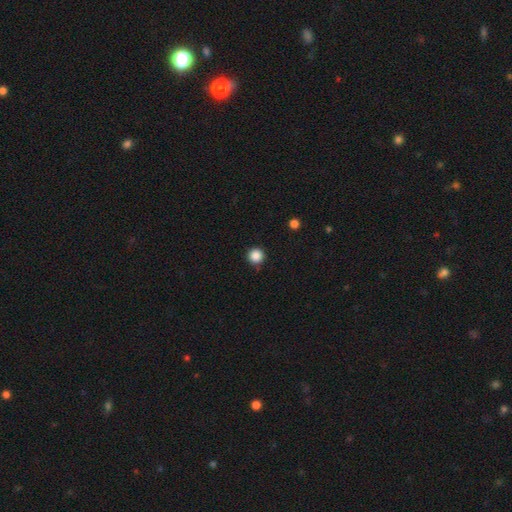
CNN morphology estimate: smooth-or-featured: smooth: 87% | star or artifact: 10% | featured or disk: 3%
  how-rounded: round: 96% | in between: 3% | cigar-shaped: 1%
  merging: none: 91% | minor disturbance: 6% | major disturbance: 2% | merger: 1%